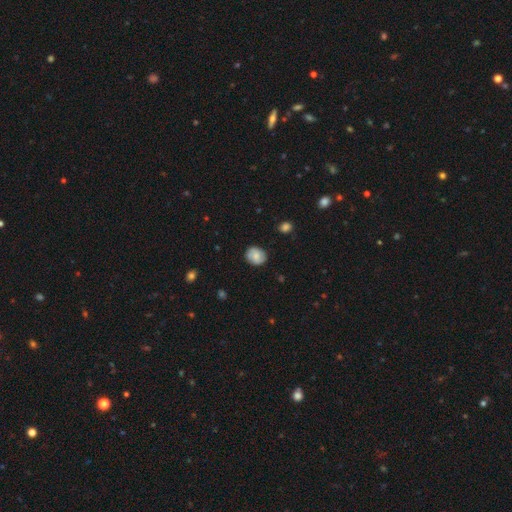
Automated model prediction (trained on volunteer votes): Smooth or featured?
  - smooth: 70% *
  - featured or disk: 22%
  - star or artifact: 8%
How rounded?
  - round: 66% *
  - in between: 33%
  - cigar-shaped: 1%
Merging?
  - none: 82% *
  - minor disturbance: 14%
  - major disturbance: 3%
  - merger: 1%